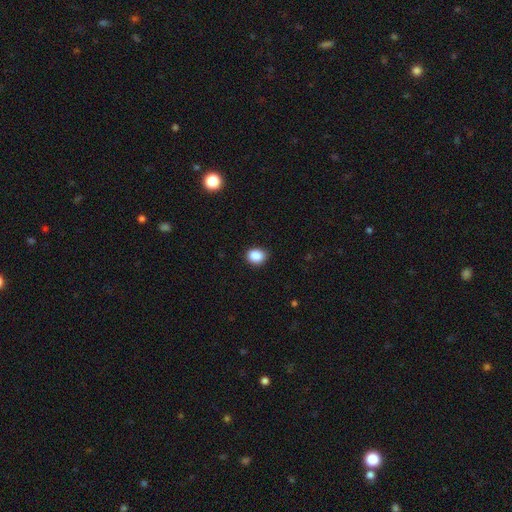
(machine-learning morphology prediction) type=smooth (88%); roundness=round (55%); merging=none (86%).